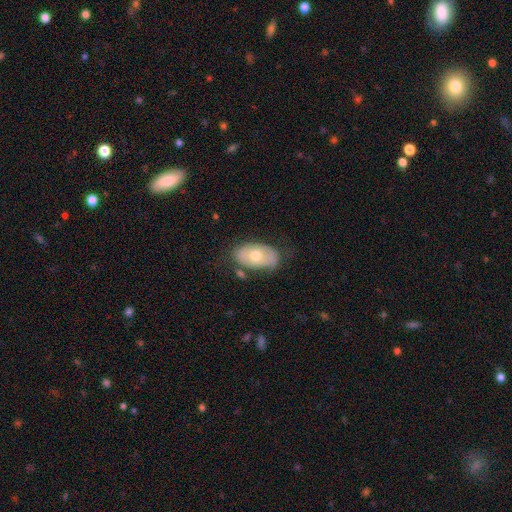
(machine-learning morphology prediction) Overall: smooth (59%; featured or disk 35%). How rounded: in between (92%). Merging: none (69%).